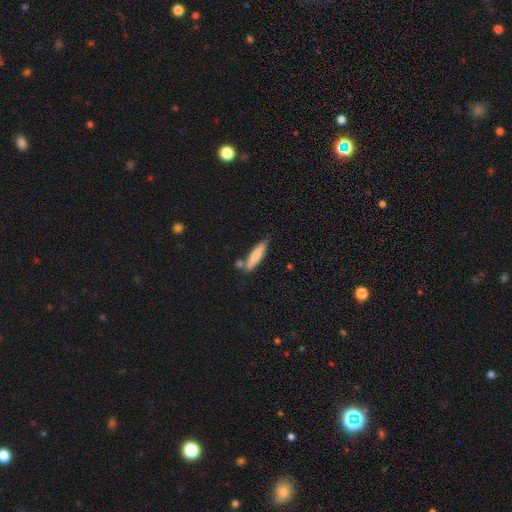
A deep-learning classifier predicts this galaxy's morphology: Smooth or featured?
  - smooth: 74% *
  - featured or disk: 20%
  - star or artifact: 6%
How rounded?
  - cigar-shaped: 81% *
  - in between: 18%
  - round: 2%
Merging?
  - none: 71% *
  - minor disturbance: 14%
  - merger: 12%
  - major disturbance: 3%